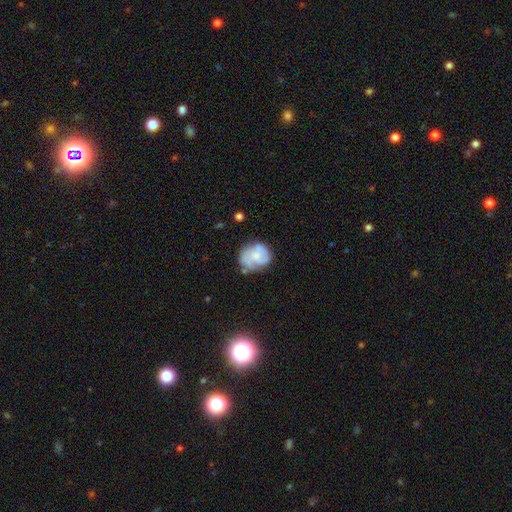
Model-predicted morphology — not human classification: A featured or disk galaxy (55%) with no bar (75%), spiral arms (70%) and a small central bulge (45%).

Vote fractions:
- Smooth or featured? featured or disk: 55% / smooth: 38% / star or artifact: 7%
- Edge-on disk? no: 98% / yes: 2%
- Bar? no: 75% / weak: 21% / strong: 3%
- Spiral arms? yes: 70% / no: 30%
- Bulge size? small: 45% / moderate: 35% / none: 14% / large: 4% / dominant: 1%
- Merging? none: 56% / minor disturbance: 26% / major disturbance: 12% / merger: 6%